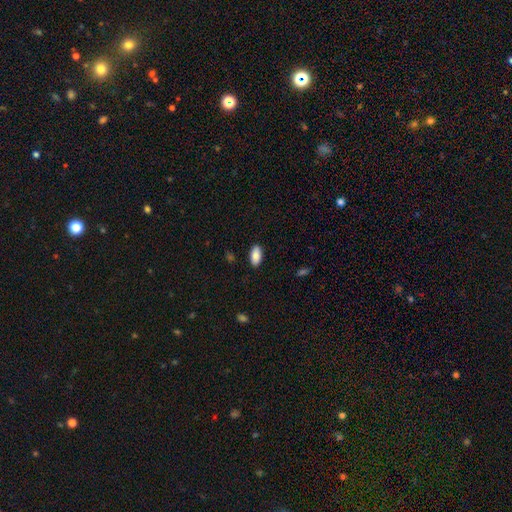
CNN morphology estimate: Smooth or featured: smooth — 88% (star or artifact — 6%)
How rounded: in between — 93% (cigar-shaped — 5%)
Merging: none — 88% (minor disturbance — 9%)